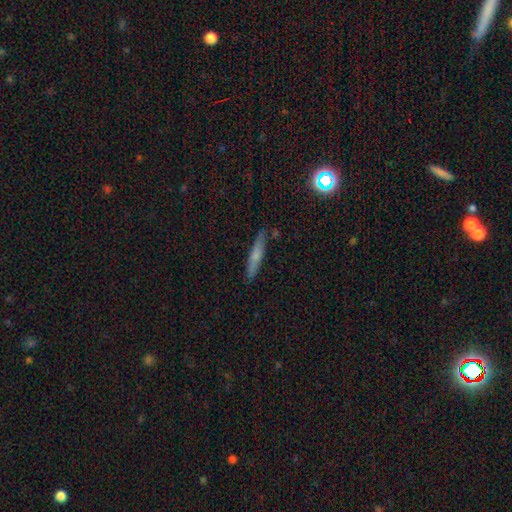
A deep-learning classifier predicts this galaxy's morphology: A smooth galaxy with no disk features (58%) that is cigar-shaped (90%). Merging: none (86%).